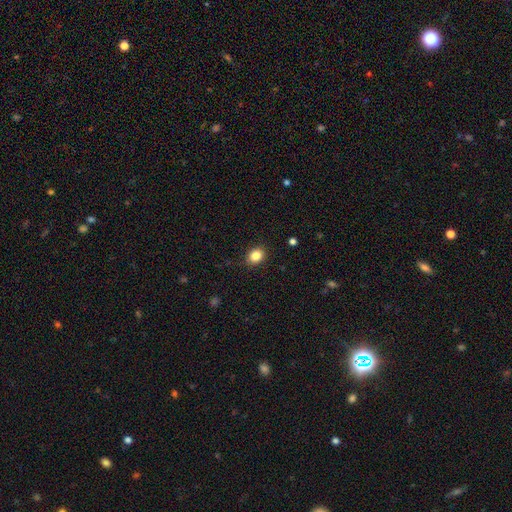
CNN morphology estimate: smooth 85%, star or artifact 10%, featured or disk 5%. Down the decision tree: how rounded — round (50%); merging — none (87%).